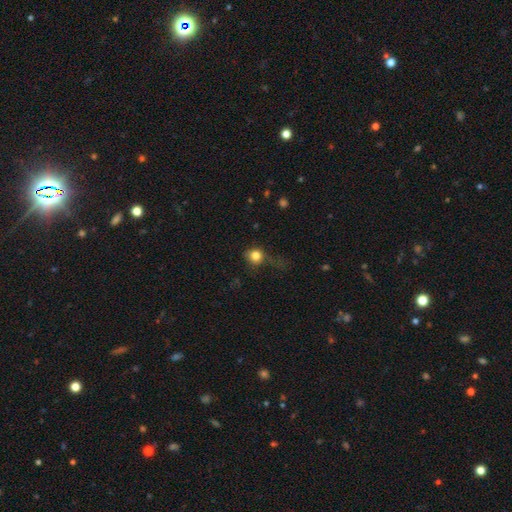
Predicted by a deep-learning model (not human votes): Smooth or featured? Predicted: smooth (p=0.80). How rounded? Predicted: round (p=0.84). Merging? Predicted: none (p=0.49).